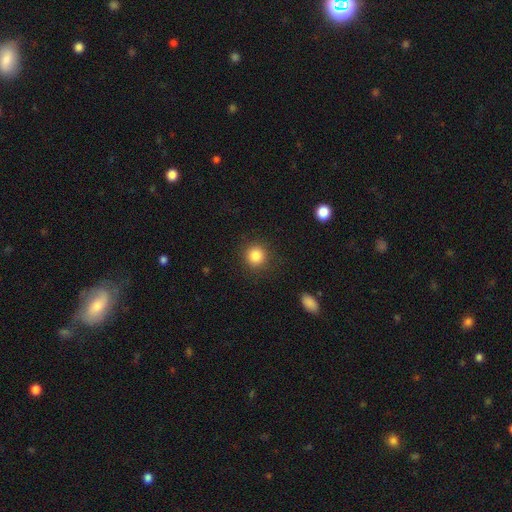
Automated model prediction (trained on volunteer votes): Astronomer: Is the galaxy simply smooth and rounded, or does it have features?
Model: smooth — 85%.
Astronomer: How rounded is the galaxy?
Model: round — 92%.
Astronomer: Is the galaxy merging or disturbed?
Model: none — 89%.